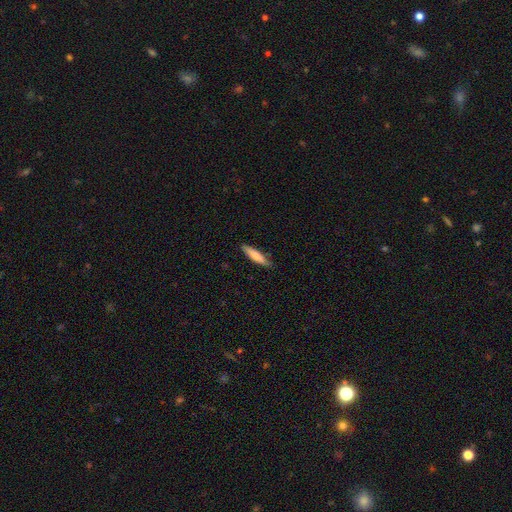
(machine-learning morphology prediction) A smooth galaxy with no disk features (75%) that is cigar-shaped (80%). Merging: none (80%).